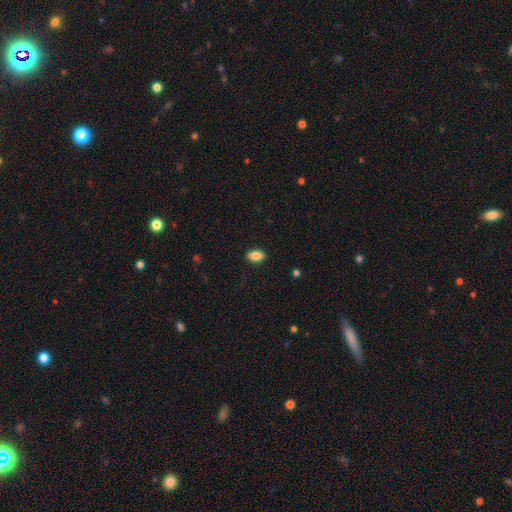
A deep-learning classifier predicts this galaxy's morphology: This appears to be a smooth galaxy with no disk features (85%) that is in between round and cigar-shaped (89%). Merging: none (89%).